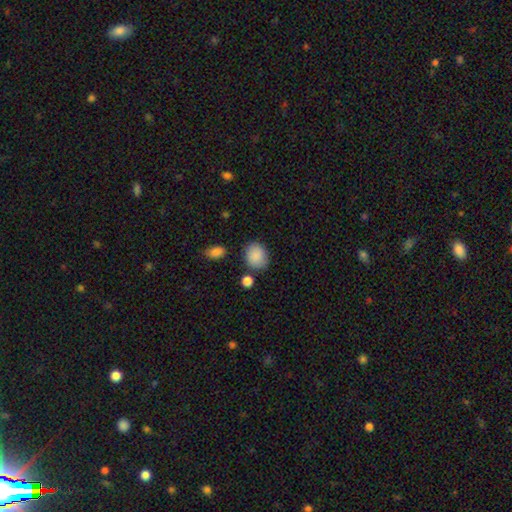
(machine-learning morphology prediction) A smooth galaxy with no disk features (88%) that is round (50%). Merging: none (77%).